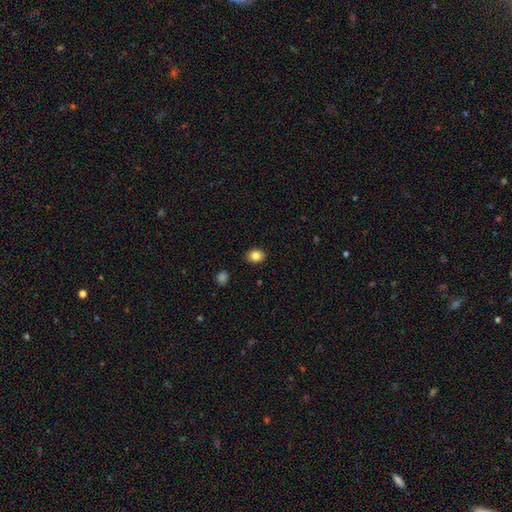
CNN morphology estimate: A smooth galaxy with no disk features (84%) that is in between round and cigar-shaped (51%). Merging: none (89%).